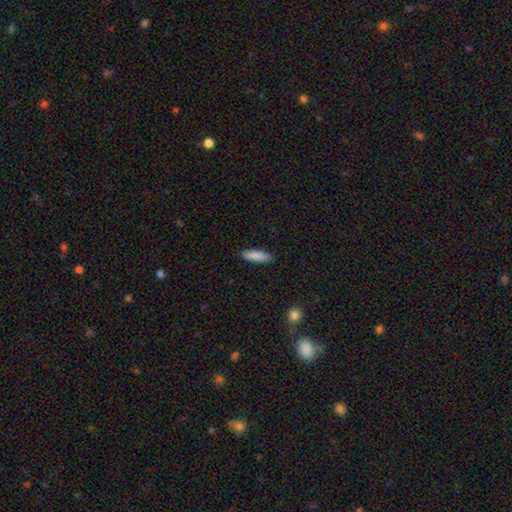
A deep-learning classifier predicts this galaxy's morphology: This is clearly a smooth galaxy (88%). How rounded: likely cigar-shaped (61%). Merging: clearly none (89%).